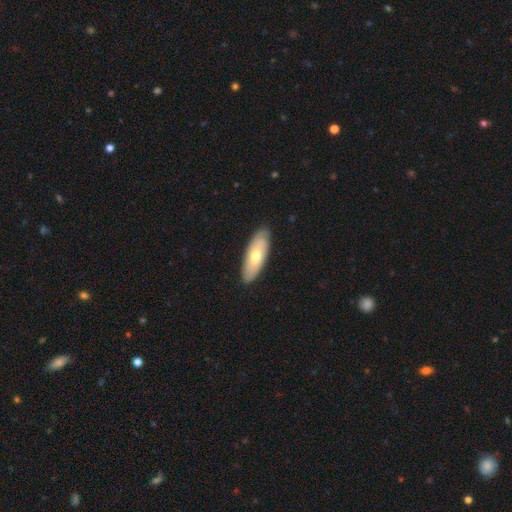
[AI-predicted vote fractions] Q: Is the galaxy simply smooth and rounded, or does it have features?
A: smooth — 59%.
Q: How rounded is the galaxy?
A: in between — 68%.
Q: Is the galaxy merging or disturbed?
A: none — 87%.